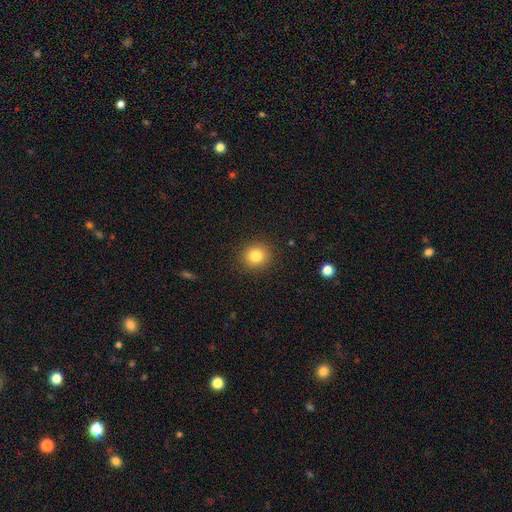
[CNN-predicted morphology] type=smooth (82%); roundness=round (87%); merging=none (90%).